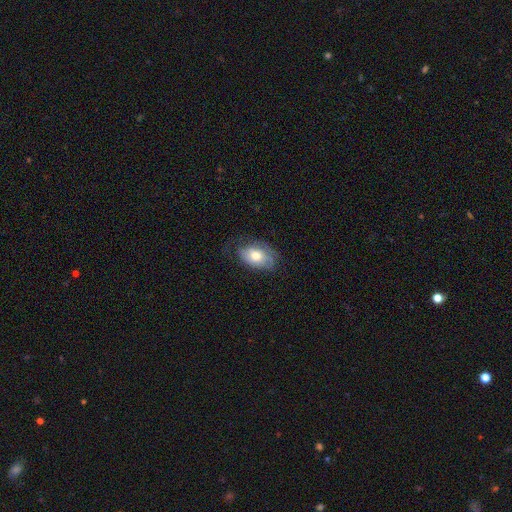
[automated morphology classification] smooth 55%, featured or disk 38%, star or artifact 7%. Down the decision tree: how rounded — in between (88%); merging — none (59%).